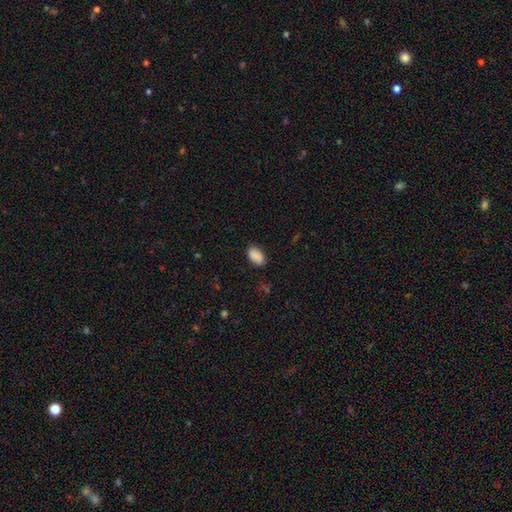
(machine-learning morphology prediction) Smooth or featured? Predicted: smooth (p=0.88). How rounded? Predicted: in between (p=0.92). Merging? Predicted: none (p=0.84).